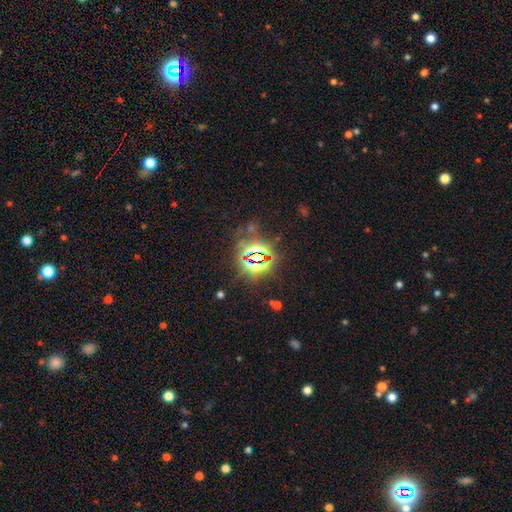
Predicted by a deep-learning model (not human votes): Smooth or featured? star or artifact (81%)